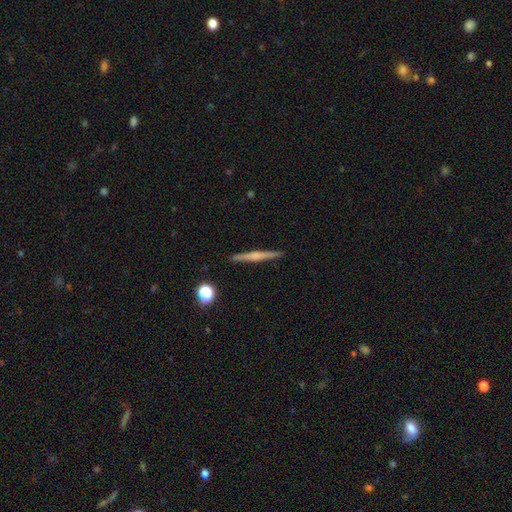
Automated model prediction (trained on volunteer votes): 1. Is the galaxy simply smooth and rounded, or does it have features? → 59% featured or disk, 34% smooth, 7% star or artifact.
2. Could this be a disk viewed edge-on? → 98% yes, 2% no.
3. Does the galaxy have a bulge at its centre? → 58% rounded, 27% none, 14% boxy.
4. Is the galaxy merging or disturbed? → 91% none, 6% minor disturbance, 1% major disturbance, 1% merger.